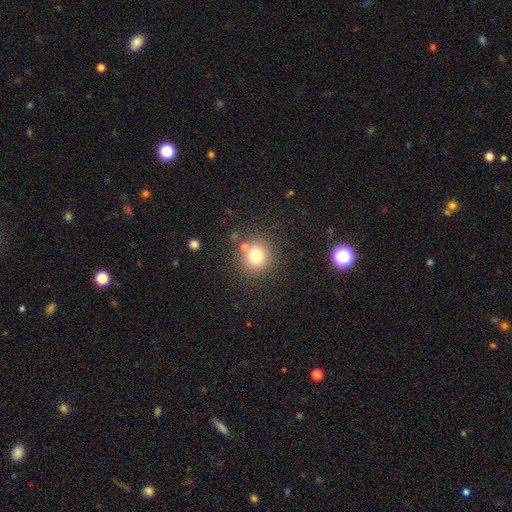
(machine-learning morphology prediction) The model was most divided on "smooth or featured": smooth: 76%, star or artifact: 14%, featured or disk: 10%. More confident: how rounded — round (88%); merging — none (78%).